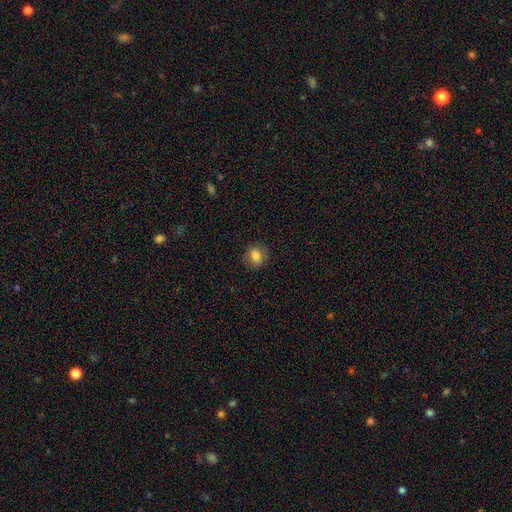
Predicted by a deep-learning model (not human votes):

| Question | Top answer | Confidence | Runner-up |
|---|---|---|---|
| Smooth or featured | smooth | 83% | star or artifact (10%) |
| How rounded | round | 64% | in between (35%) |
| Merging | none | 86% | minor disturbance (10%) |